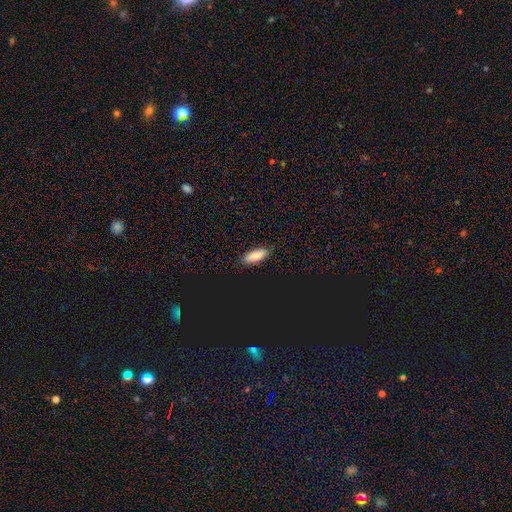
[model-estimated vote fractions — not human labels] Smooth or featured: smooth — 80% (star or artifact — 13%)
How rounded: in between — 77% (cigar-shaped — 21%)
Merging: none — 85% (minor disturbance — 12%)